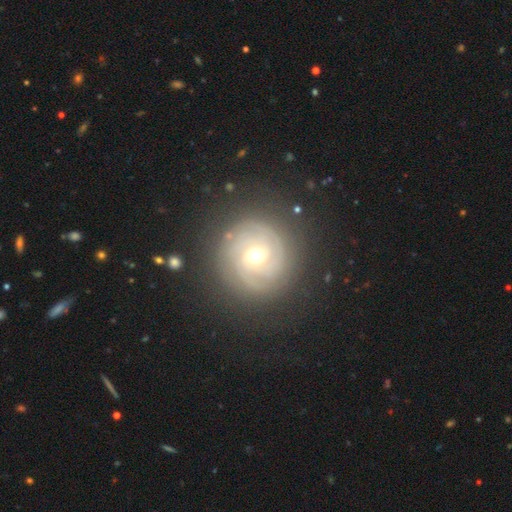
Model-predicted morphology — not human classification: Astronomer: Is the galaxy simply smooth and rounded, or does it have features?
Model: featured or disk — 80%.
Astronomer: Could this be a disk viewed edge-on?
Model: no — 98%.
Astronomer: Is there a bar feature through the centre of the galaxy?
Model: no — 66%.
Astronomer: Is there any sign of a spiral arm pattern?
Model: yes — 96%.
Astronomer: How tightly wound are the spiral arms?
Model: tight — 78%.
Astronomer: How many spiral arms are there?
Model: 3 — 26% (runner-up: 2, 24%).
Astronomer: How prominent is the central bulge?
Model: moderate — 52% (runner-up: small, 44%).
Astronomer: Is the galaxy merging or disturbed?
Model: none — 85%.